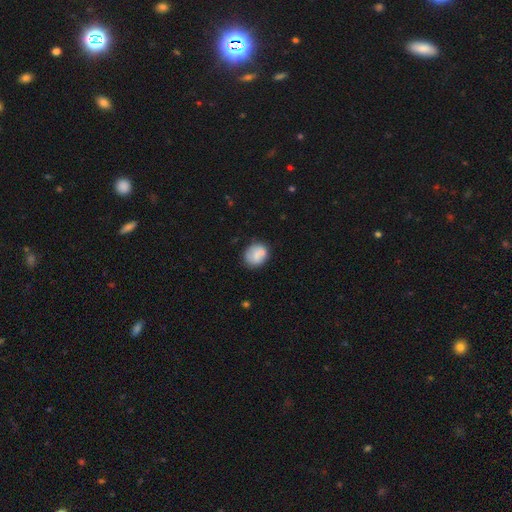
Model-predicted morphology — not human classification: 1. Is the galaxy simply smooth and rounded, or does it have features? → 73% smooth, 19% featured or disk, 8% star or artifact.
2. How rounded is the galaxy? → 67% round, 32% in between, 1% cigar-shaped.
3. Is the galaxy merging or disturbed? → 61% none, 19% minor disturbance, 14% merger, 6% major disturbance.